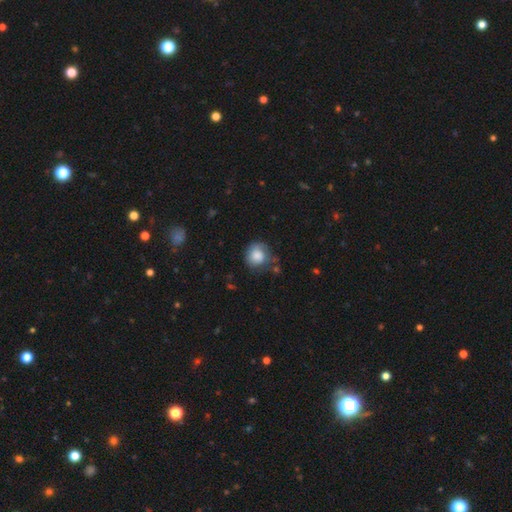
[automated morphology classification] smooth 76%, featured or disk 16%, star or artifact 7%. Down the decision tree: how rounded — round (82%); merging — none (56%).